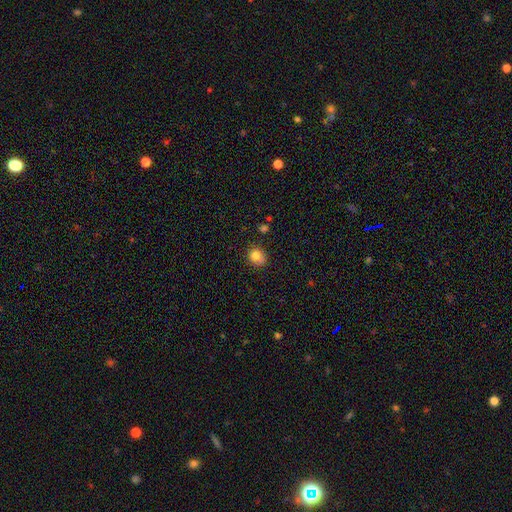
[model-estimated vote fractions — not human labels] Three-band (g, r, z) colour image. It shows a smooth galaxy with no disk features (80%) that is round (73%). Merging: none (69%).